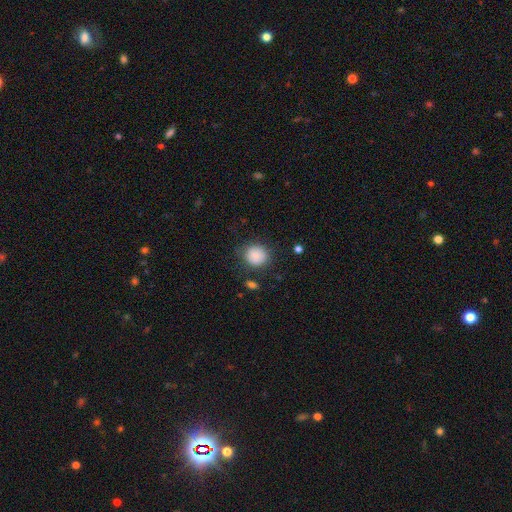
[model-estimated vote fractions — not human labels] Morphology: type=smooth (87%); roundness=round (84%); merging=none (76%).